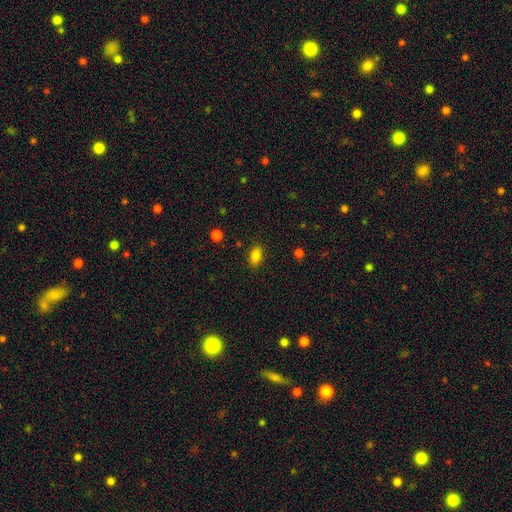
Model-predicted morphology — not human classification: A smooth galaxy with no disk features (85%) that is in between round and cigar-shaped (87%). Merging: none (87%).